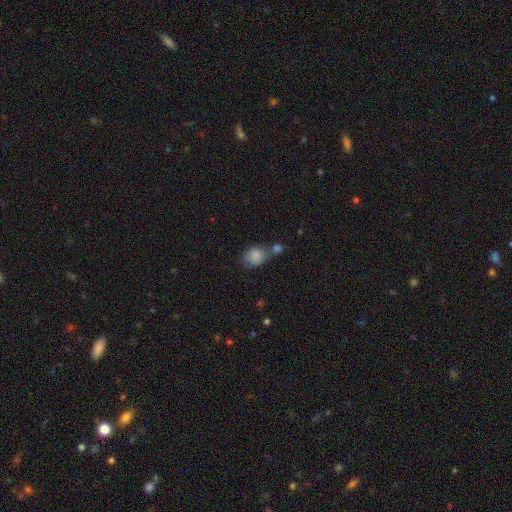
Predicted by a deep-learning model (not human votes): Smooth or featured: smooth — 83% (featured or disk — 9%)
How rounded: round — 52% (in between — 47%)
Merging: merger — 38% (none — 37%)